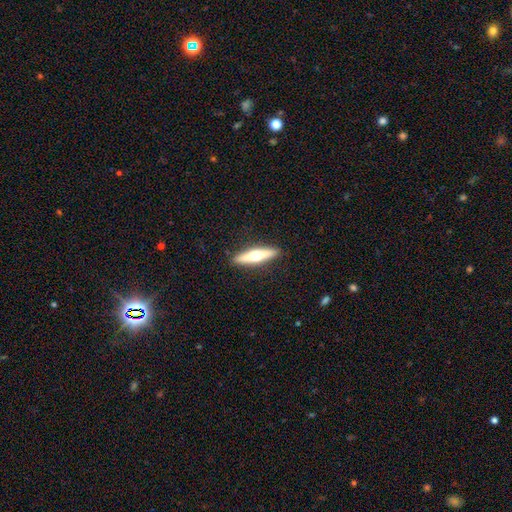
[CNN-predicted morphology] The model was most divided on "smooth or featured": featured or disk: 53%, smooth: 42%, star or artifact: 5%. More confident: edge-on disk — yes (93%); merging — none (90%).